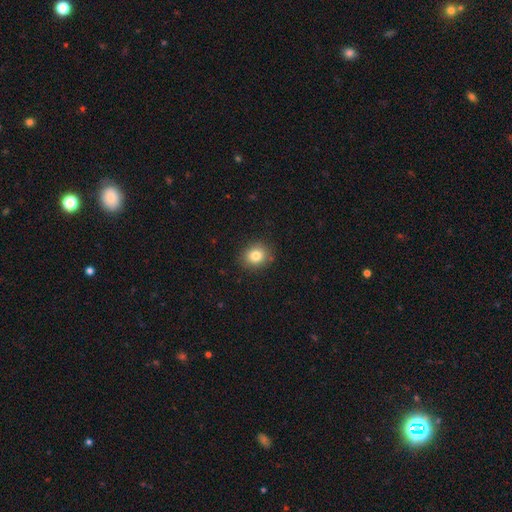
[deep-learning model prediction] A smooth galaxy with no disk features (82%) that is round (68%).

Vote fractions:
- Smooth or featured? smooth: 82% / star or artifact: 10% / featured or disk: 7%
- How rounded? round: 68% / in between: 31% / cigar-shaped: 1%
- Merging? none: 87% / minor disturbance: 10% / major disturbance: 2% / merger: 1%